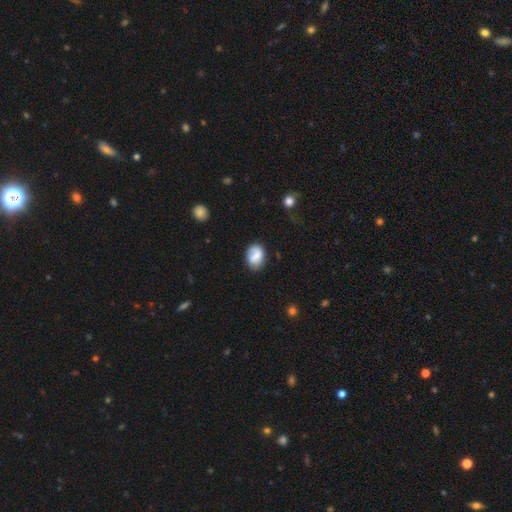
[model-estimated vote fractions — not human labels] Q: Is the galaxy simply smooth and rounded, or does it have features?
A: smooth — 70%.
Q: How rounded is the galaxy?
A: in between — 71%.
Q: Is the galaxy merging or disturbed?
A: none — 72%.